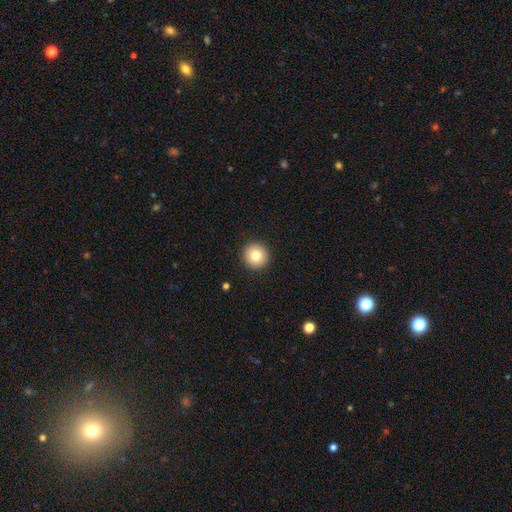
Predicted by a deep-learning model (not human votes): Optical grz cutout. It shows a smooth galaxy with no disk features (81%) that is round (95%). Merging: none (93%).